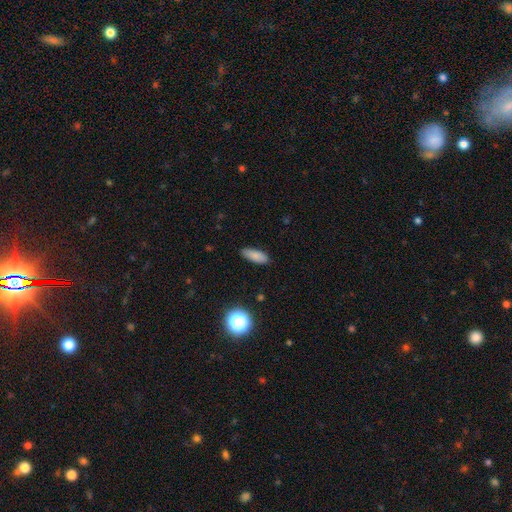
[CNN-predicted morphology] Overall: smooth (84%). How rounded: in between (70%). Merging: none (85%).